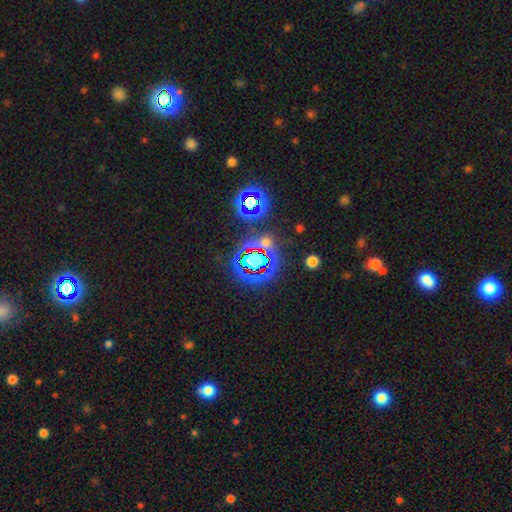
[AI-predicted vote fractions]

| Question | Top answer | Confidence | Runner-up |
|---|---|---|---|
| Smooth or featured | star or artifact | 69% | smooth (20%) |